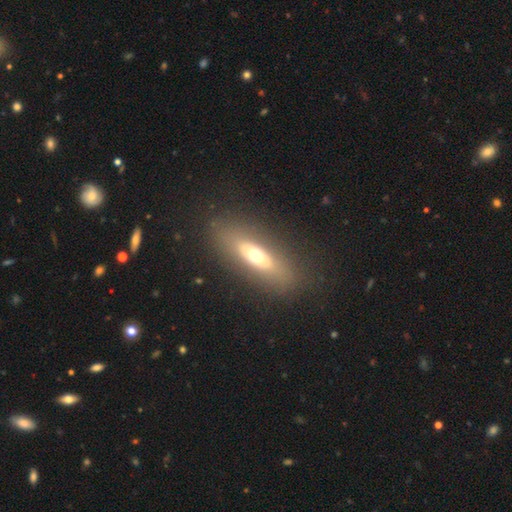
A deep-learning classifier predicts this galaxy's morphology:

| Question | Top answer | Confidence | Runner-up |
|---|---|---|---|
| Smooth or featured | smooth | 53% | featured or disk (38%) |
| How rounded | in between | 54% | cigar-shaped (42%) |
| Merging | none | 83% | minor disturbance (10%) |